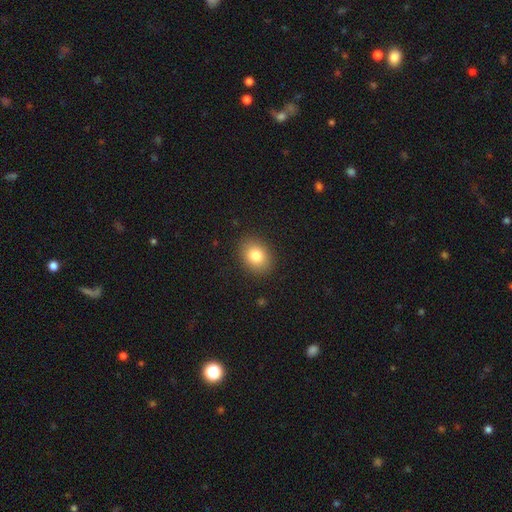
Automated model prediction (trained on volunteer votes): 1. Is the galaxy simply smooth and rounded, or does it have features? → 82% smooth, 9% star or artifact, 9% featured or disk.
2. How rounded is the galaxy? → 59% in between, 40% round, 1% cigar-shaped.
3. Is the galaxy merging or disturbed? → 89% none, 8% minor disturbance, 2% major disturbance, 1% merger.